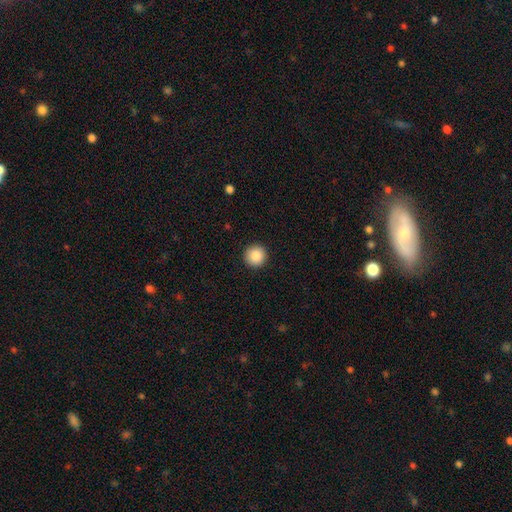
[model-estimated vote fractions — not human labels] Overall: smooth (88%). How rounded: round (96%). Merging: none (93%).